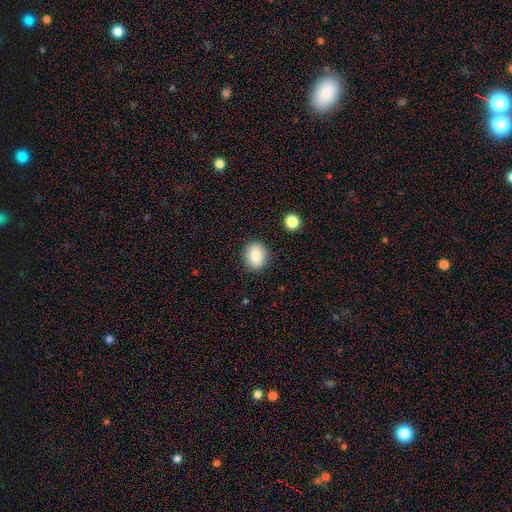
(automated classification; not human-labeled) Smooth or featured?
  - smooth: 87% *
  - star or artifact: 8%
  - featured or disk: 5%
How rounded?
  - in between: 51% *
  - round: 48%
  - cigar-shaped: 1%
Merging?
  - none: 87% *
  - minor disturbance: 9%
  - major disturbance: 2%
  - merger: 2%